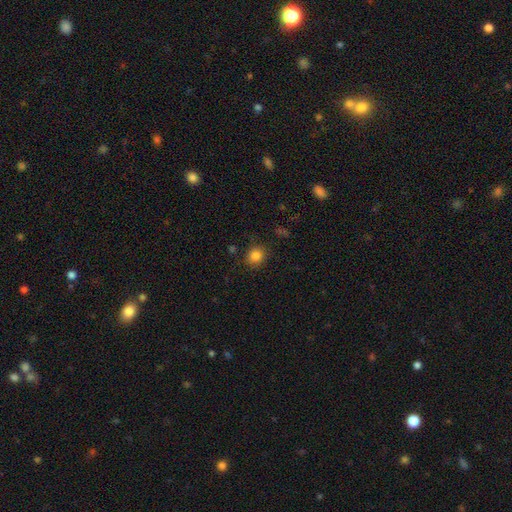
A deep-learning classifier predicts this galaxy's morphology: Overall: smooth (83%). How rounded: round (81%). Merging: none (84%).